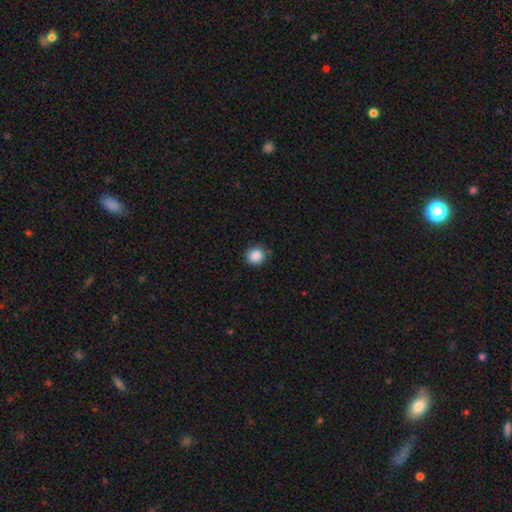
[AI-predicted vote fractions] The model was most divided on "merging": none: 85%, minor disturbance: 11%, major disturbance: 2%, merger: 2%. More confident: how rounded — round (88%); smooth or featured — smooth (88%).